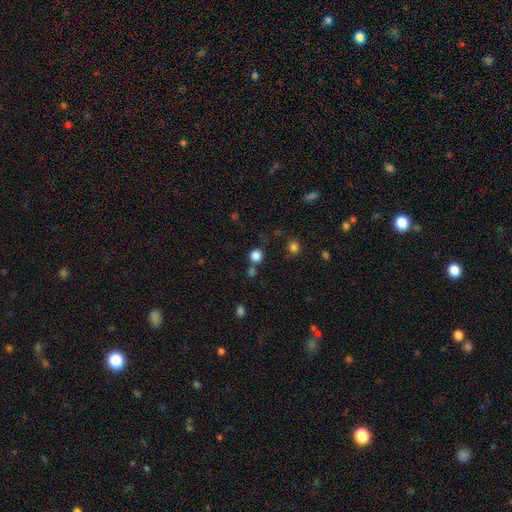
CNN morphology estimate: A smooth galaxy with no disk features (82%) that is round (87%). Merging: none (69%).